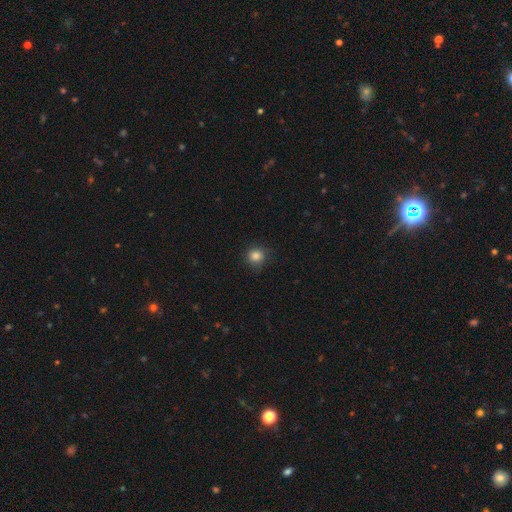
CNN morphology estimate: A smooth galaxy with no disk features (84%) that is round (90%). Merging: none (80%).